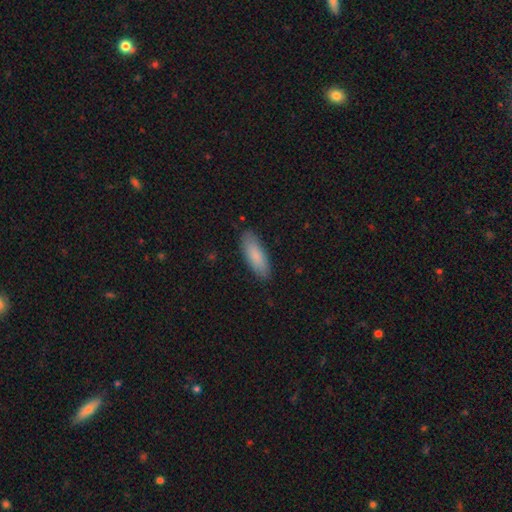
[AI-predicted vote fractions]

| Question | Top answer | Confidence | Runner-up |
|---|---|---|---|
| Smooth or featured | smooth | 86% | featured or disk (9%) |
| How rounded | in between | 62% | cigar-shaped (36%) |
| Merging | none | 86% | minor disturbance (11%) |